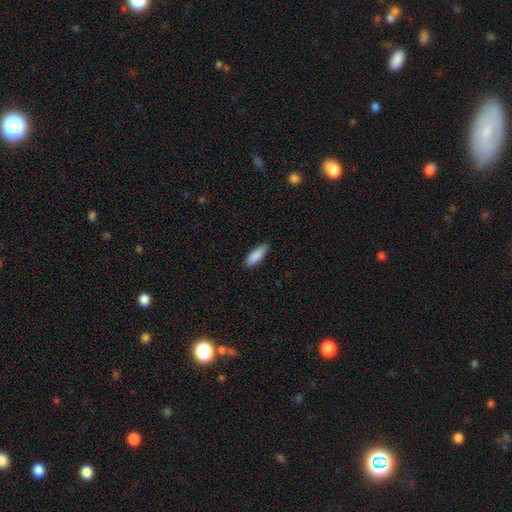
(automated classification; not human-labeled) This is clearly a smooth galaxy (89%). How rounded: likely in between (72%). Merging: clearly none (82%).